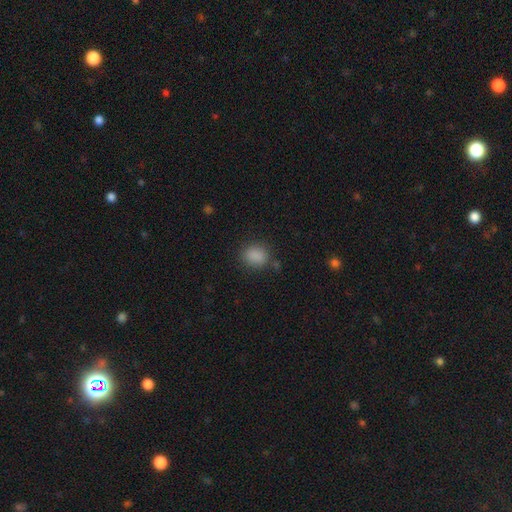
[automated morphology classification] smooth 86%, star or artifact 10%, featured or disk 4%. Down the decision tree: how rounded — round (55%); merging — none (78%).